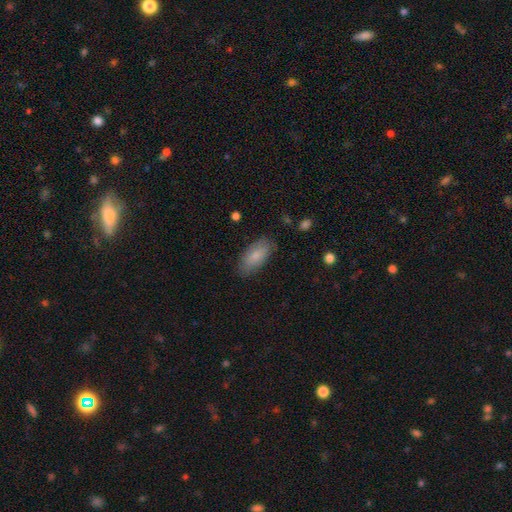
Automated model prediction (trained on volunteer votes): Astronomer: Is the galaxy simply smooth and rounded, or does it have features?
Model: smooth — 83%.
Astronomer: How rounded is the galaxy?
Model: in between — 86%.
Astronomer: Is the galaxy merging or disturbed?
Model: none — 82%.